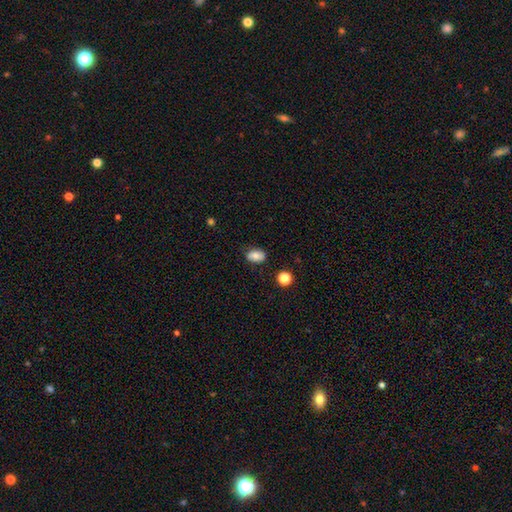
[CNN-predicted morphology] Smooth or featured: smooth — 77% (featured or disk — 14%)
How rounded: in between — 83% (round — 15%)
Merging: none — 80% (minor disturbance — 15%)